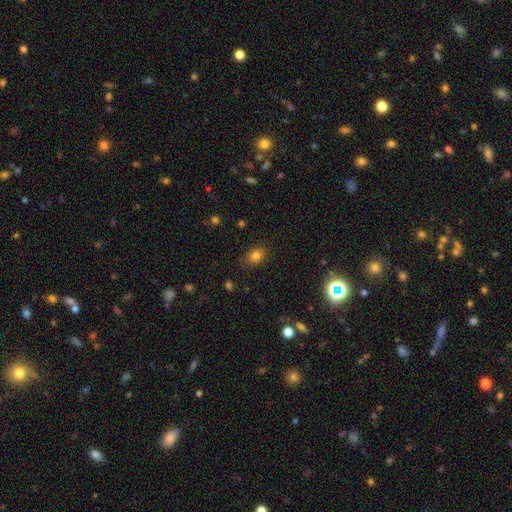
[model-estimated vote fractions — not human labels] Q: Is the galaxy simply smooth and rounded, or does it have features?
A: smooth — 81%.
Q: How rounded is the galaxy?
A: in between — 69%.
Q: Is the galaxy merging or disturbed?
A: none — 84%.